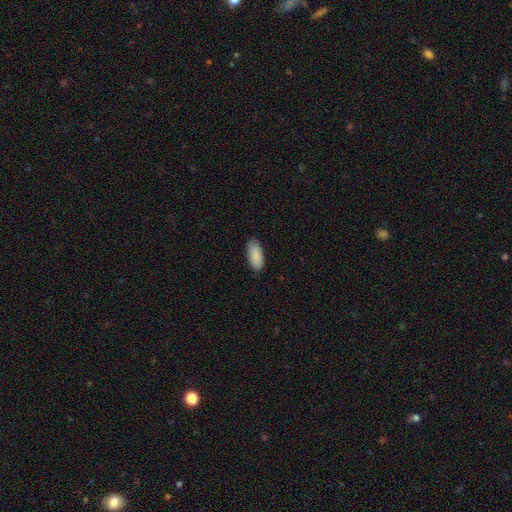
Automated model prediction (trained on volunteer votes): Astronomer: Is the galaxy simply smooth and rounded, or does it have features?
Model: smooth — 90%.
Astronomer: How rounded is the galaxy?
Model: in between — 86%.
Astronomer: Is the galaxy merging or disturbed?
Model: none — 86%.